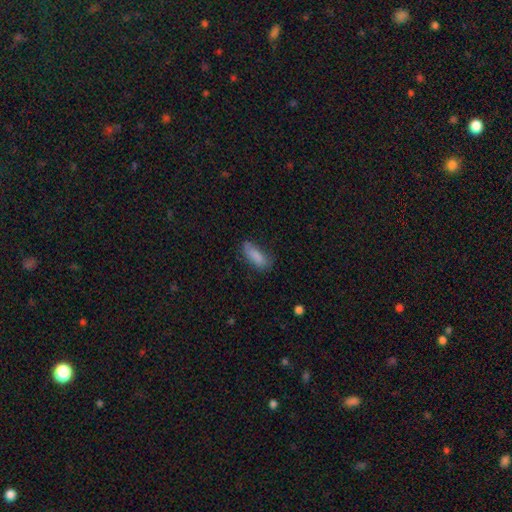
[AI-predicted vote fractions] A smooth galaxy with no disk features (83%) that is in between round and cigar-shaped (69%). Merging: none (62%).